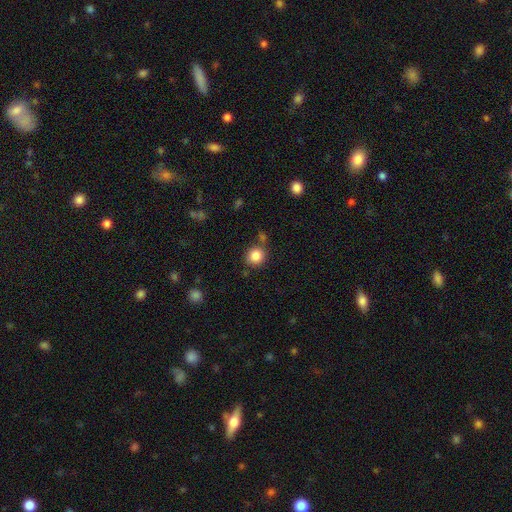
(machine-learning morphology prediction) This is clearly a smooth galaxy (85%). How rounded: clearly round (91%). Merging: likely none (76%).